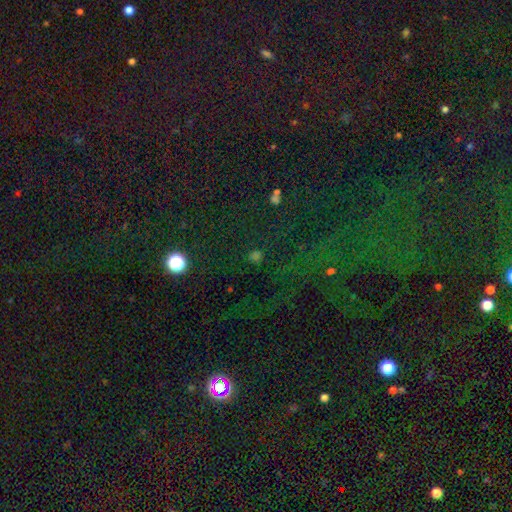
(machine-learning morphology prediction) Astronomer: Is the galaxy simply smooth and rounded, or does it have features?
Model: star or artifact — 54% (runner-up: smooth, 39%).